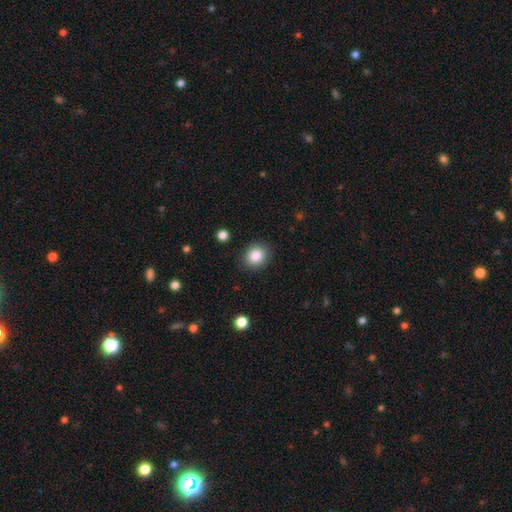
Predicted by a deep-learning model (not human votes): Q: Smooth or featured?
A: smooth (85%); runner-up: star or artifact (9%)
Q: How rounded?
A: round (67%); runner-up: in between (32%)
Q: Merging?
A: none (87%); runner-up: minor disturbance (9%)